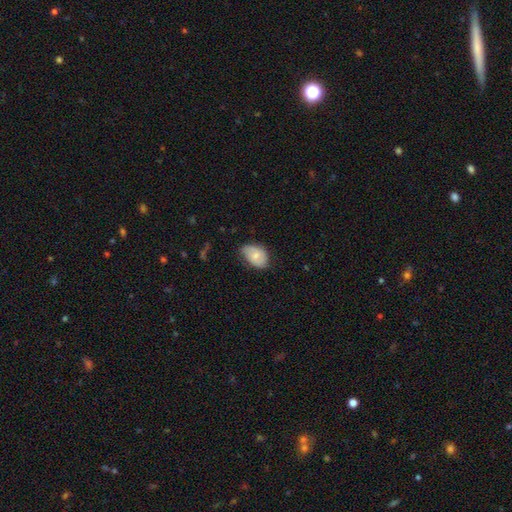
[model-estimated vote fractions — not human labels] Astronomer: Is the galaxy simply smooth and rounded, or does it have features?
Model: smooth — 68%.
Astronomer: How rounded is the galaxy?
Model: in between — 85%.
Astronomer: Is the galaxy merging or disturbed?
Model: none — 58% (runner-up: minor disturbance, 34%).